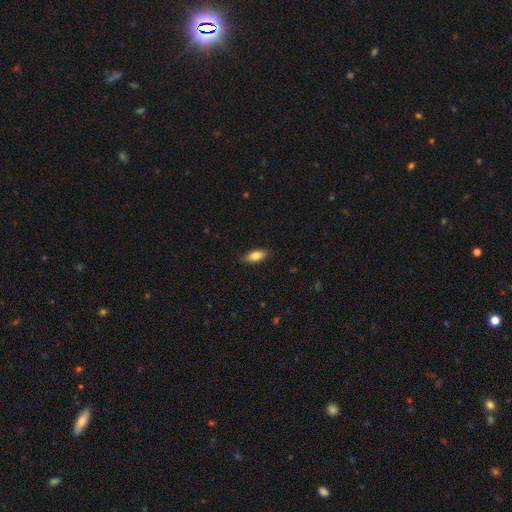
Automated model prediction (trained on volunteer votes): This is clearly a smooth galaxy (81%). How rounded: clearly in between (84%). Merging: clearly none (86%).